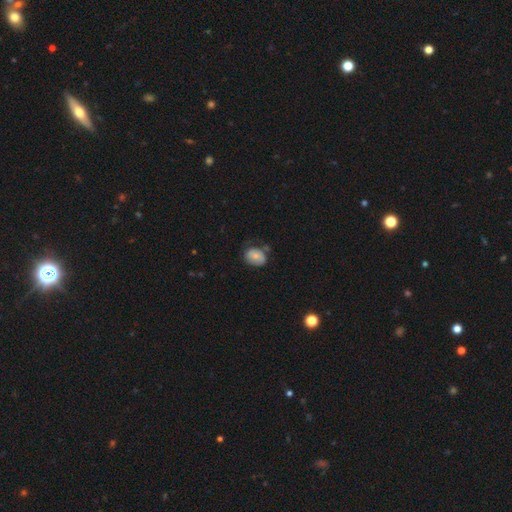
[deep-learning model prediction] Smooth or featured? Predicted: smooth (p=0.65). How rounded? Predicted: in between (p=0.57). Merging? Predicted: none (p=0.52).